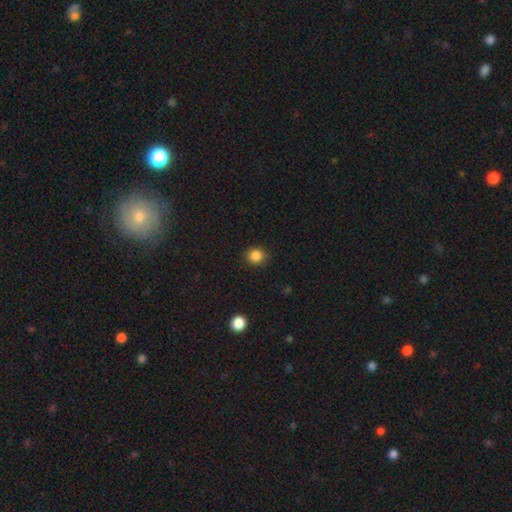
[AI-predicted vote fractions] A smooth galaxy with no disk features (86%) that is round (85%).

Vote fractions:
- Smooth or featured? smooth: 86% / star or artifact: 11% / featured or disk: 3%
- How rounded? round: 85% / in between: 14% / cigar-shaped: 1%
- Merging? none: 86% / minor disturbance: 10% / major disturbance: 3% / merger: 1%